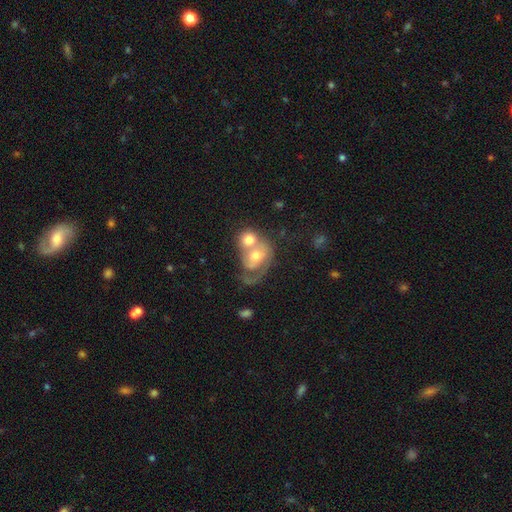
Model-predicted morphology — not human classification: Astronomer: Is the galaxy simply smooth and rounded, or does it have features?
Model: featured or disk — 54% (runner-up: smooth, 39%).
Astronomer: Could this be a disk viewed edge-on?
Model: no — 96%.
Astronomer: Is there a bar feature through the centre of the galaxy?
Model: no — 71%.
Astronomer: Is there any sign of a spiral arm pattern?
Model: yes — 64%.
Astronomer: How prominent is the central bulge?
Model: moderate — 61%.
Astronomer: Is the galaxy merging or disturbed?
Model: merger — 67%.